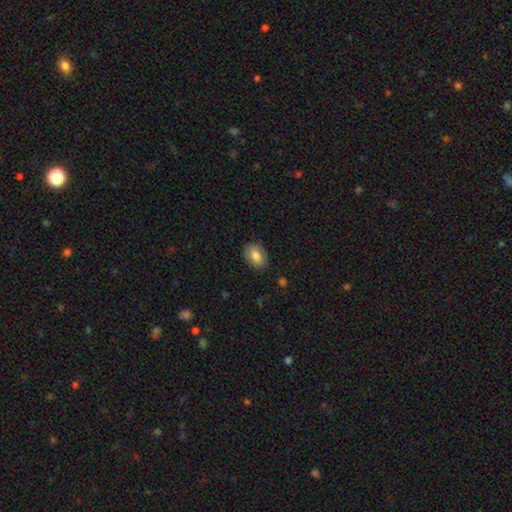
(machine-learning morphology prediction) A smooth galaxy with no disk features (81%) that is in between round and cigar-shaped (82%). Merging: none (85%).